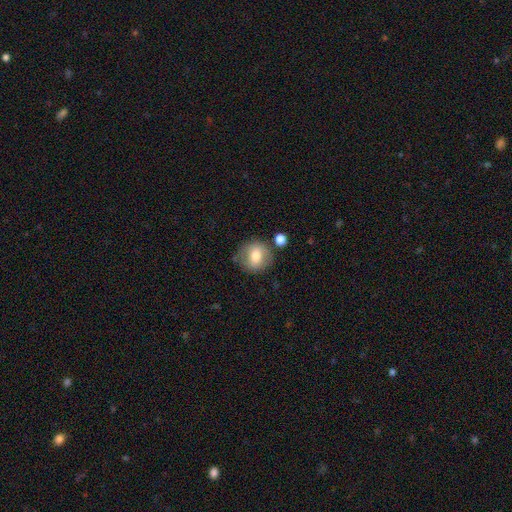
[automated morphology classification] type=smooth (70%); roundness=round (86%); merging=none (75%).